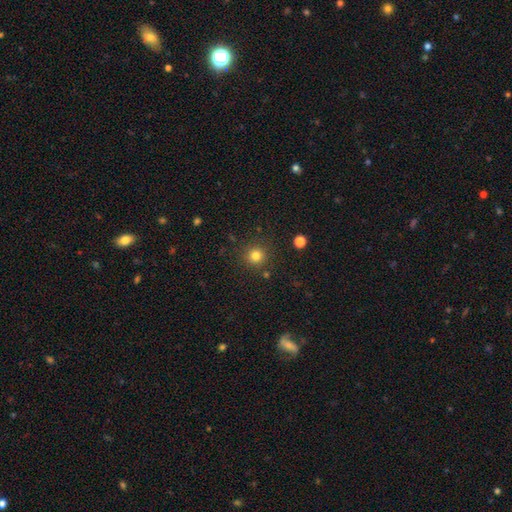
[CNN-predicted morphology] This appears to be a smooth galaxy with no disk features (81%) that is round (94%). Merging: none (87%).